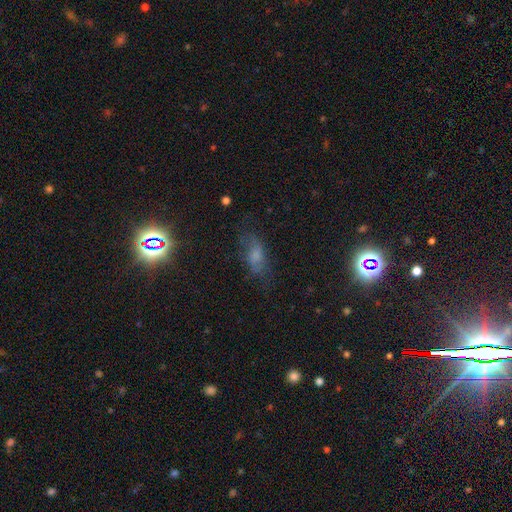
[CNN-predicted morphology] smooth 50%, featured or disk 26%, star or artifact 24%. Down the decision tree: merging — none (59%).